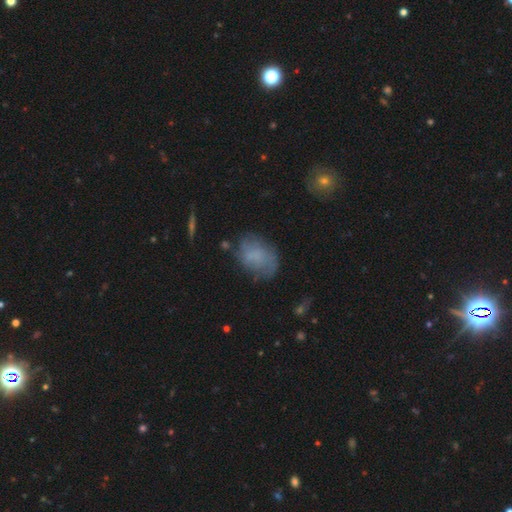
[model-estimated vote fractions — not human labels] Smooth or featured: smooth — 61% (featured or disk — 28%)
How rounded: in between — 76% (round — 22%)
Merging: none — 58% (minor disturbance — 27%)